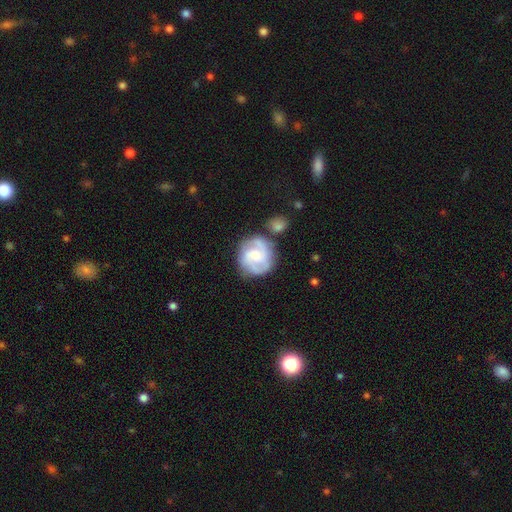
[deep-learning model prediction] A featured or disk galaxy (72%) with no bar (54%), 2 (45%) medium (46%) spiral arms (91%) and a moderate central bulge (48%). Merging: none (64%).